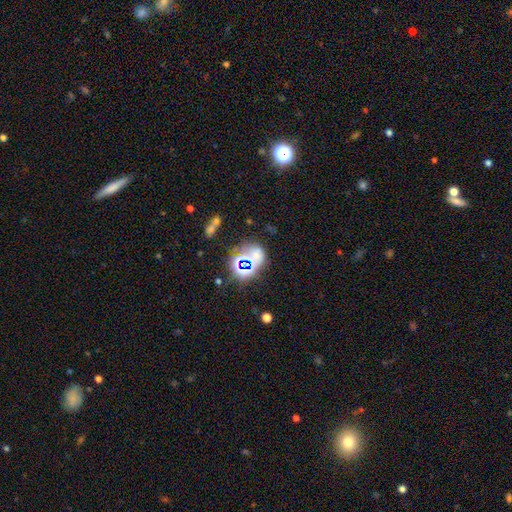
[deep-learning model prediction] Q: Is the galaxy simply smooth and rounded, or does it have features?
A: star or artifact — 50%.